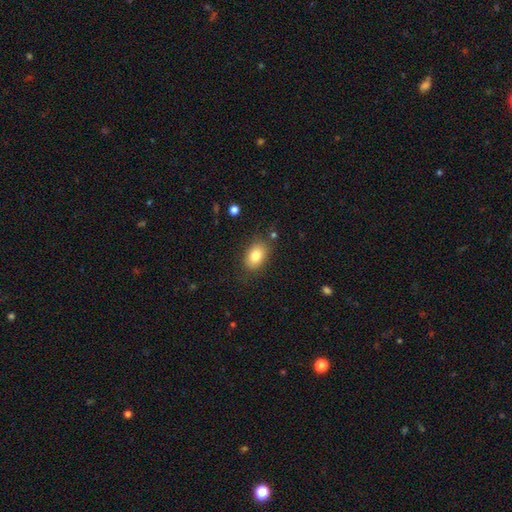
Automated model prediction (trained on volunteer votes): A smooth galaxy with no disk features (82%) that is in between round and cigar-shaped (84%). Merging: none (82%).